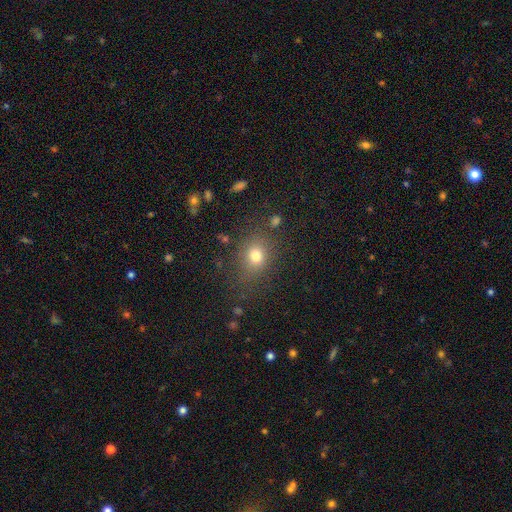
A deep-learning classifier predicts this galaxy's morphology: smooth-or-featured: smooth: 74% | star or artifact: 16% | featured or disk: 10%
  how-rounded: round: 58% | in between: 40% | cigar-shaped: 1%
  merging: none: 77% | minor disturbance: 14% | major disturbance: 7% | merger: 3%